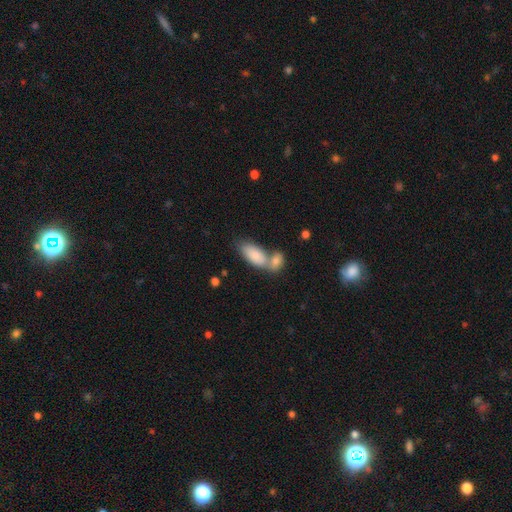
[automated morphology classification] Smooth or featured?
  - smooth: 84% *
  - featured or disk: 10%
  - star or artifact: 6%
How rounded?
  - in between: 88% *
  - cigar-shaped: 9%
  - round: 2%
Merging?
  - merger: 53% *
  - none: 33%
  - minor disturbance: 10%
  - major disturbance: 4%